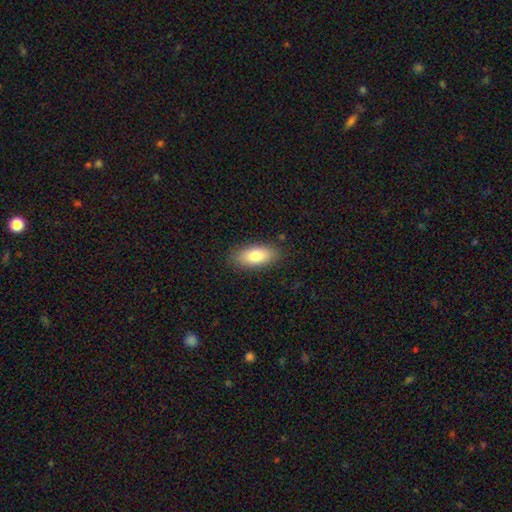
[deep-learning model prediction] smooth_or_featured: smooth (p=0.79) [alt: featured or disk p=0.14]
how_rounded: in between (p=0.85) [alt: cigar-shaped p=0.12]
merging: none (p=0.87) [alt: minor disturbance p=0.10]